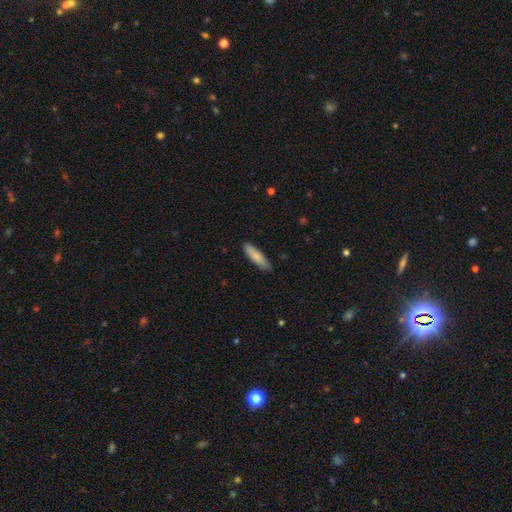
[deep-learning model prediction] This is clearly a smooth galaxy (83%). How rounded: likely cigar-shaped (67%). Merging: clearly none (86%).